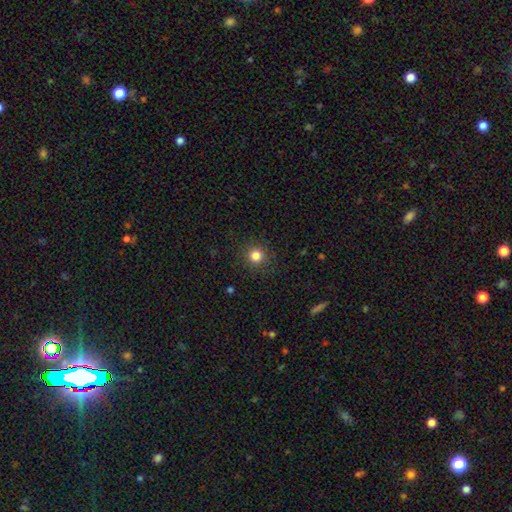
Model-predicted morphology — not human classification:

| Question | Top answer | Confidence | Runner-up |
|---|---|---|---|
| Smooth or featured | smooth | 82% | star or artifact (13%) |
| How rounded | round | 94% | in between (5%) |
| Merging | none | 90% | minor disturbance (6%) |